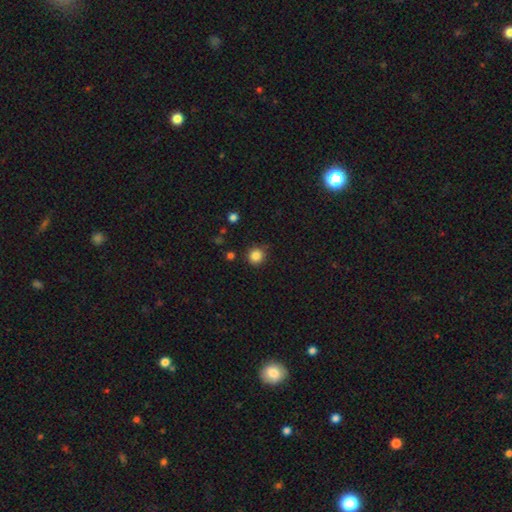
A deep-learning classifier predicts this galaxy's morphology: This appears to be a smooth galaxy with no disk features (85%) that is round (92%). Merging: none (85%).